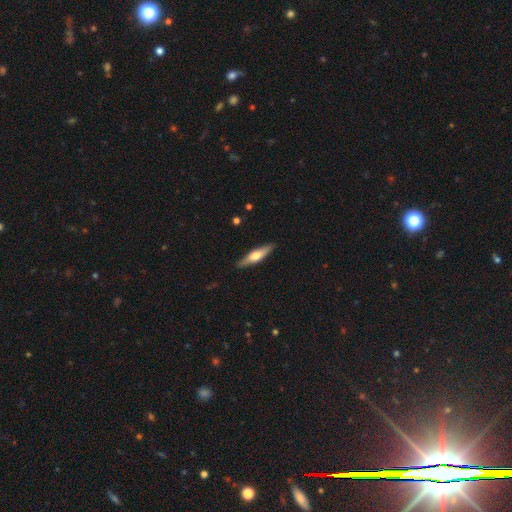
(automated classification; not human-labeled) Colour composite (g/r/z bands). It shows a featured or disk galaxy (52%) viewed edge-on (94%). Merging: none (89%).